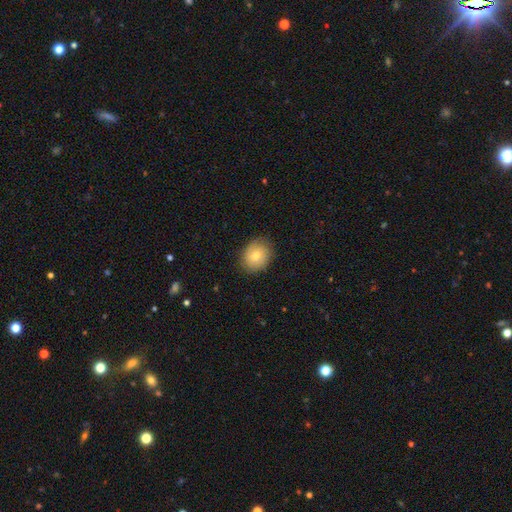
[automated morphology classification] This appears to be a smooth galaxy with no disk features (71%) that is round (59%). Merging: none (84%).